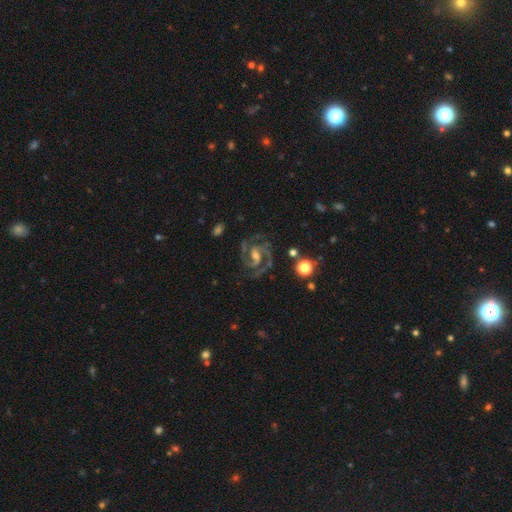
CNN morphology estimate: featured or disk 92%, star or artifact 5%, smooth 3%. Down the decision tree: edge-on disk — no (98%); bar — weak (48%); spiral arms — yes (98%); spiral arm count — 2 (72%); spiral winding — medium (56%); bulge size — moderate (45%); merging — none (75%).